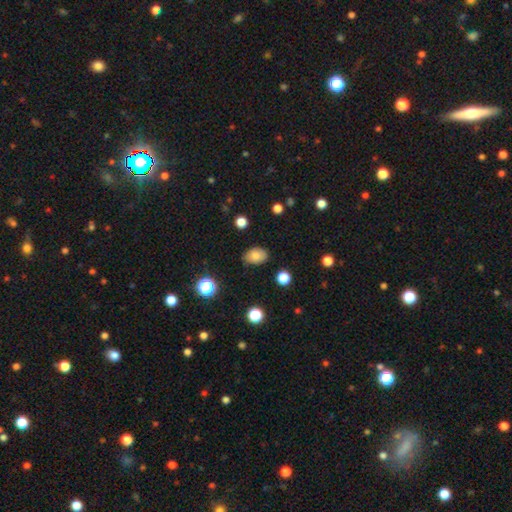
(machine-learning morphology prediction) The model was most divided on "merging": none: 78%, minor disturbance: 17%, major disturbance: 4%, merger: 1%. More confident: how rounded — in between (83%); smooth or featured — smooth (82%).